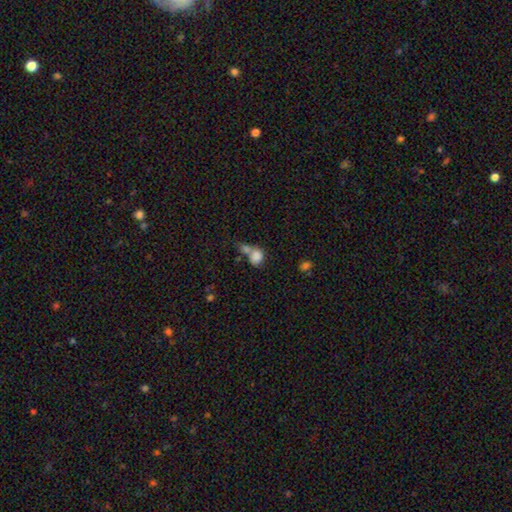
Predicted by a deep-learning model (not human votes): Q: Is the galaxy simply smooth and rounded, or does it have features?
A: smooth — 81%.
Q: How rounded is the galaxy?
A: round — 53%.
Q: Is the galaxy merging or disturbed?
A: merger — 57%.